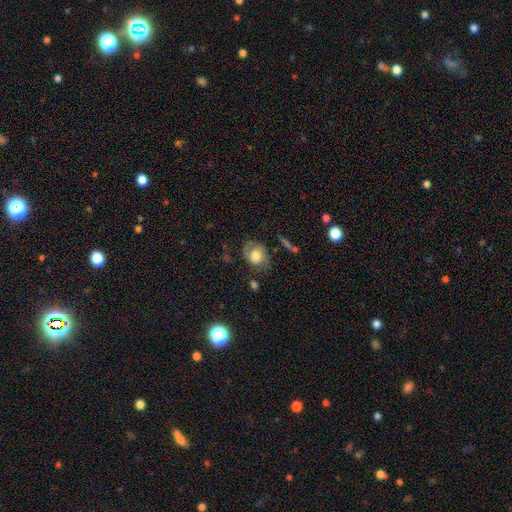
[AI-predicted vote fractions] Morphology: type=smooth (62%); roundness=round (55%); merging=none (55%).